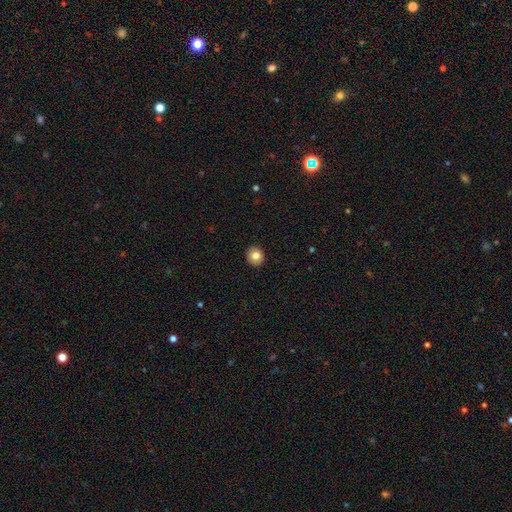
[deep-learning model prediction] Smooth or featured? smooth (78%)
How rounded? round (80%)
Merging? none (91%)